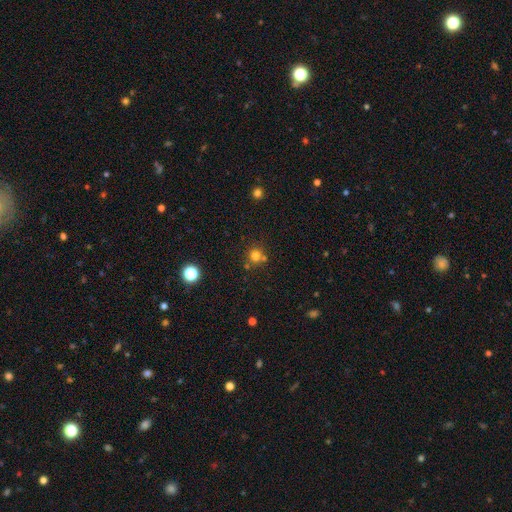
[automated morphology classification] A smooth galaxy with no disk features (75%) that is round (92%). Merging: none (71%).